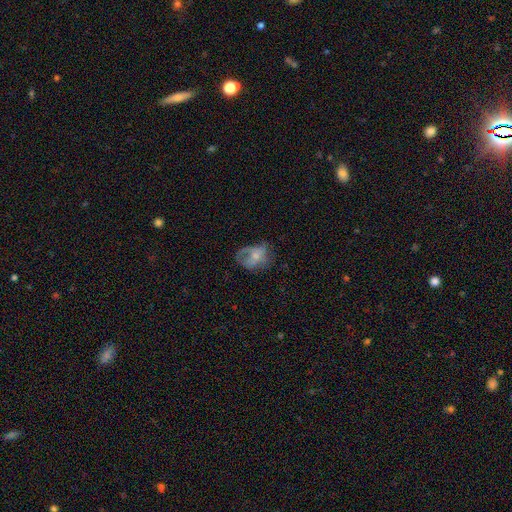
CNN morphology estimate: Smooth or featured? smooth (47%)
Merging? none (36%)